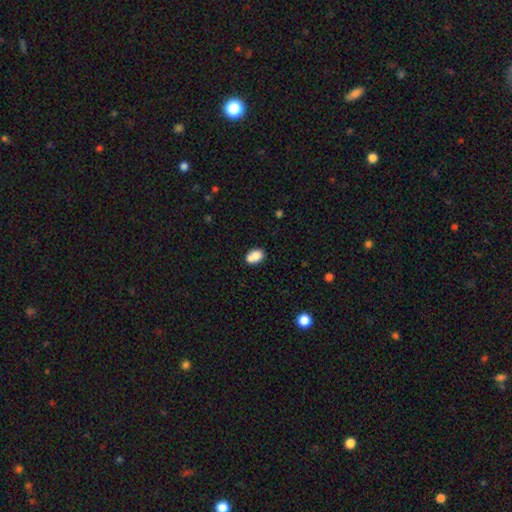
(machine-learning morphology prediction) Smooth or featured? smooth (82%)
How rounded? in between (78%)
Merging? none (54%)